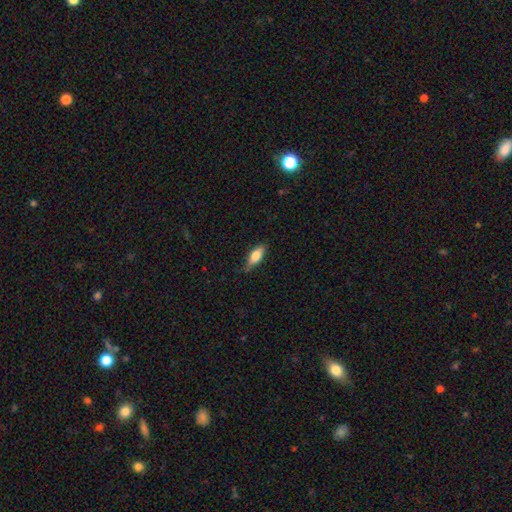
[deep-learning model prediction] A smooth galaxy with no disk features (67%) that is in between round and cigar-shaped (68%). Merging: none (71%).